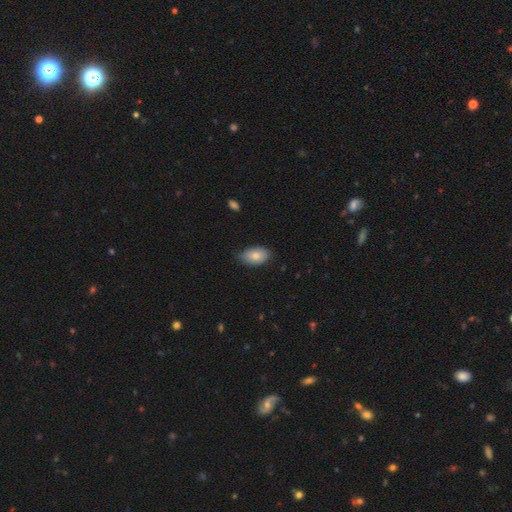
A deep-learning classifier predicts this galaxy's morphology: Smooth or featured: smooth — 80% (featured or disk — 13%)
How rounded: in between — 92% (round — 6%)
Merging: none — 78% (minor disturbance — 18%)